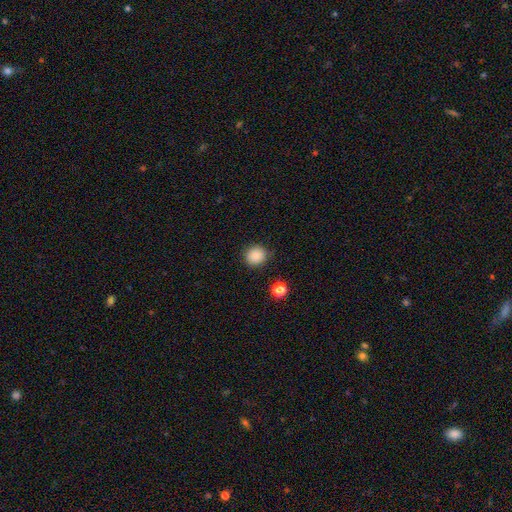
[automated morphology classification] smooth 86%, star or artifact 10%, featured or disk 3%. Down the decision tree: how rounded — round (85%); merging — none (86%).